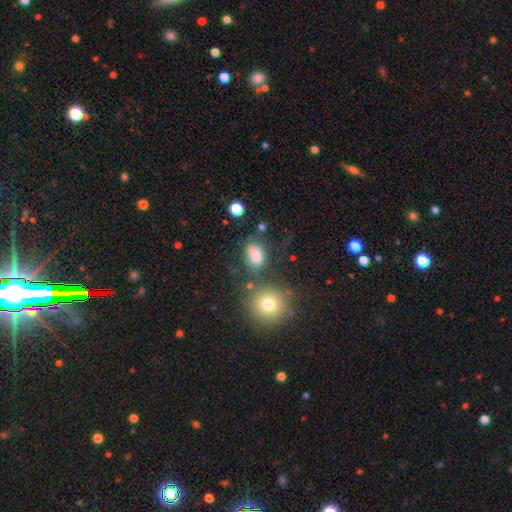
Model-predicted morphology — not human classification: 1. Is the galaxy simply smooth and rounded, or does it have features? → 77% smooth, 13% star or artifact, 10% featured or disk.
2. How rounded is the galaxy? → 70% in between, 28% round, 2% cigar-shaped.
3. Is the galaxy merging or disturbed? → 59% none, 20% minor disturbance, 12% merger, 9% major disturbance.